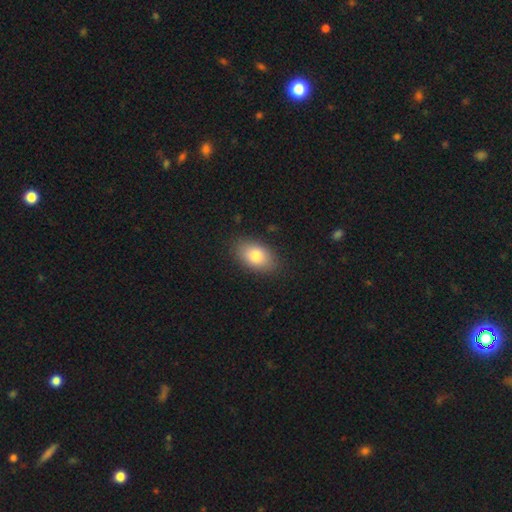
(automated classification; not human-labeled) A smooth galaxy with no disk features (83%) that is in between round and cigar-shaped (91%). Merging: none (86%).